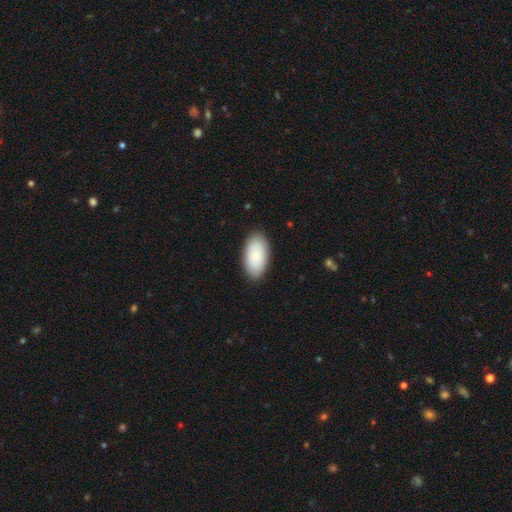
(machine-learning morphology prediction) smooth-or-featured: smooth: 84% | featured or disk: 11% | star or artifact: 6%
  how-rounded: in between: 95% | round: 3% | cigar-shaped: 2%
  merging: none: 88% | minor disturbance: 9% | major disturbance: 2% | merger: 1%